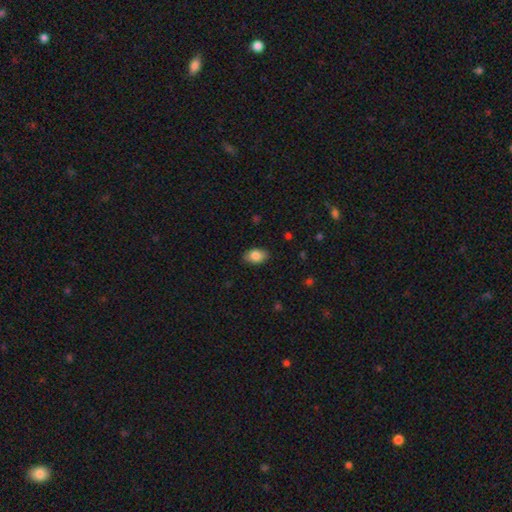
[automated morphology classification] This appears to be a smooth galaxy with no disk features (84%) that is in between round and cigar-shaped (89%). Merging: none (86%).